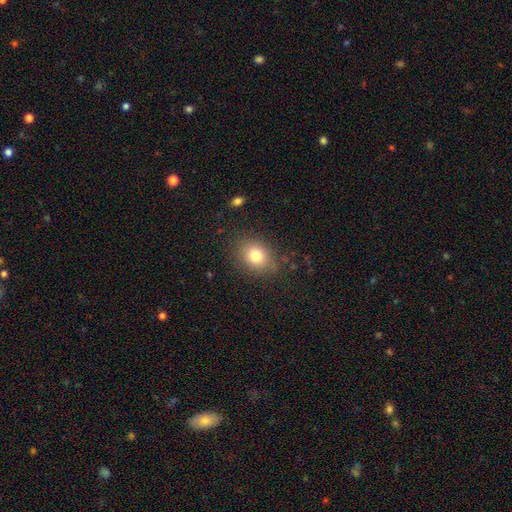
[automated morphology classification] smooth 78%, star or artifact 11%, featured or disk 11%. Down the decision tree: how rounded — in between (52%); merging — none (81%).